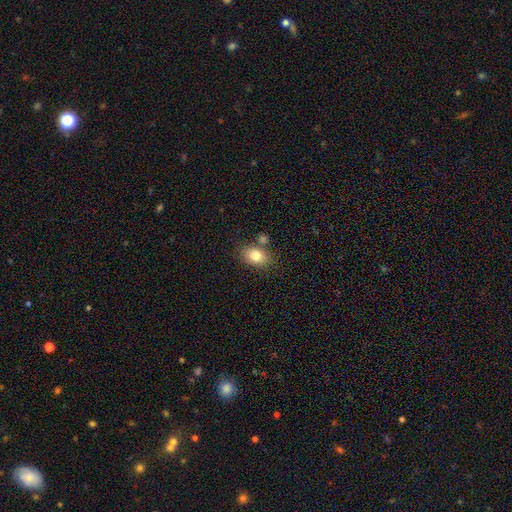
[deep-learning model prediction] Overall: smooth (80%). How rounded: in between (78%). Merging: none (71%).